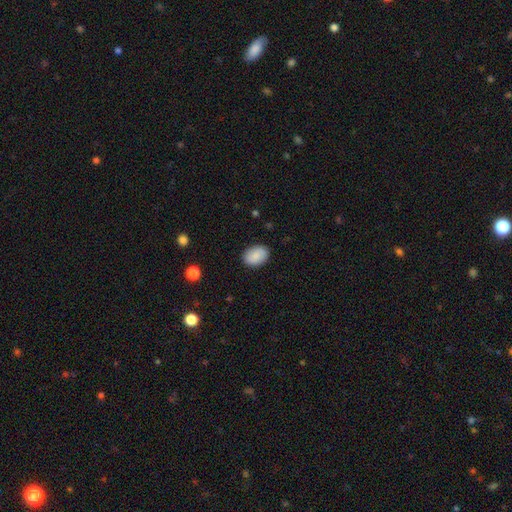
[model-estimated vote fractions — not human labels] The model was most divided on "how rounded": in between: 84%, round: 14%, cigar-shaped: 1%. More confident: smooth or featured — smooth (88%); merging — none (87%).